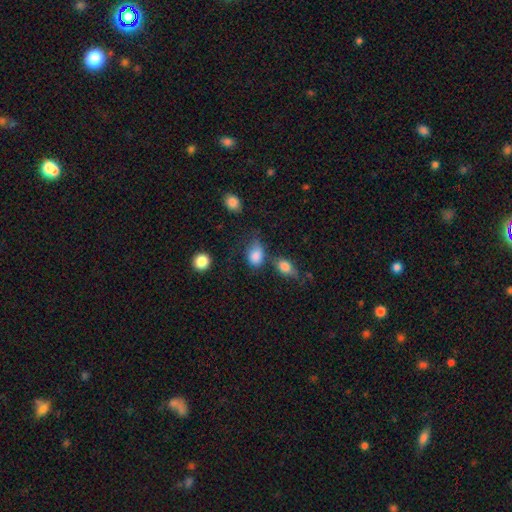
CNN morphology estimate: Q: Smooth or featured?
A: smooth (85%); runner-up: star or artifact (8%)
Q: How rounded?
A: in between (77%); runner-up: round (22%)
Q: Merging?
A: none (43%); runner-up: minor disturbance (31%)